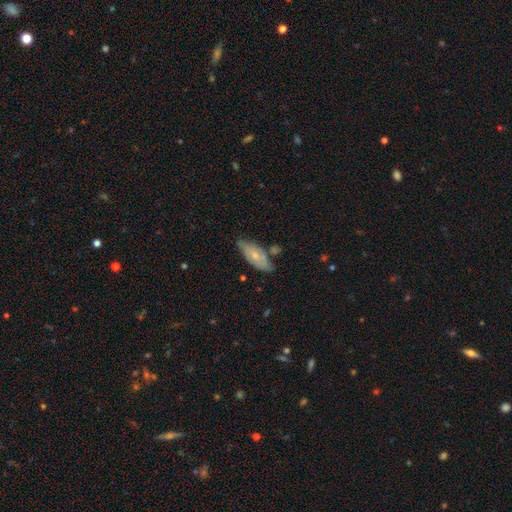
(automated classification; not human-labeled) A smooth galaxy with no disk features (55%) that is in between round and cigar-shaped (77%). Merging: none (64%).